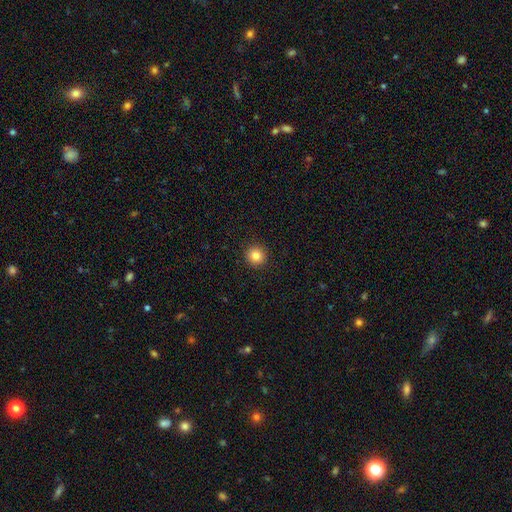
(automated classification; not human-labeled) Morphology: type=smooth (84%); roundness=round (94%); merging=none (93%).